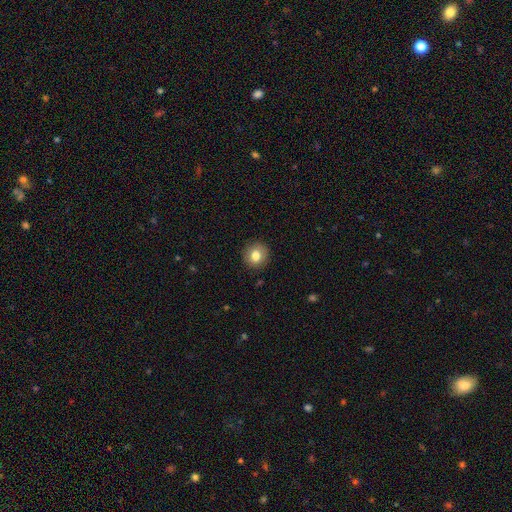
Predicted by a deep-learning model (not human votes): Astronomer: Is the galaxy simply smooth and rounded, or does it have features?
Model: smooth — 82%.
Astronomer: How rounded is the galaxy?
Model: round — 90%.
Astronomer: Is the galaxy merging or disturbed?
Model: none — 91%.